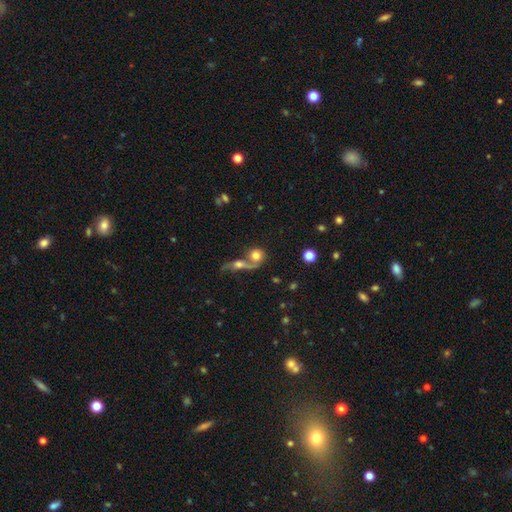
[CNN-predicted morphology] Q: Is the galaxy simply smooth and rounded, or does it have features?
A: smooth — 67%.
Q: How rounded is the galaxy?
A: round — 82%.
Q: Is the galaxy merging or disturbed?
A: merger — 46%.